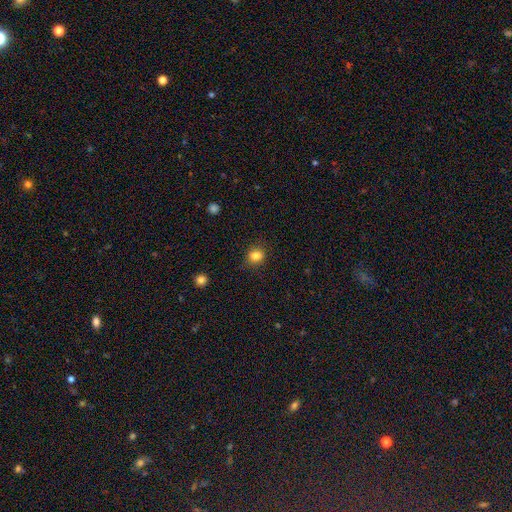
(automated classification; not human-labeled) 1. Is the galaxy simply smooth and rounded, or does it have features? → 83% smooth, 12% star or artifact, 6% featured or disk.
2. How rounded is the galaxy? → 66% round, 33% in between, 1% cigar-shaped.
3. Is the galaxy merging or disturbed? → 83% none, 13% minor disturbance, 3% major disturbance, 1% merger.